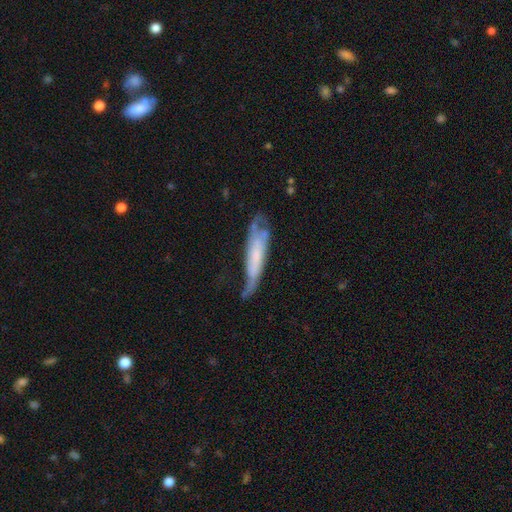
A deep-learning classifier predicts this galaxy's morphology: smooth_or_featured: featured or disk (p=0.59) [alt: smooth p=0.34]
disk_edge_on: no (p=0.63) [alt: yes p=0.37]
merging: none (p=0.38) [alt: minor disturbance p=0.30]